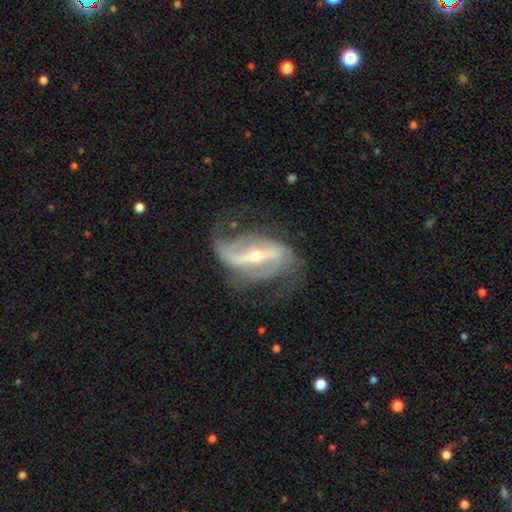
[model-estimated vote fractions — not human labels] A featured or disk galaxy (90%) with a strong bar (70%), 2 (84%) loose (54%) spiral arms (95%) and a small central bulge (62%).

Vote fractions:
- Smooth or featured? featured or disk: 90% / star or artifact: 6% / smooth: 4%
- Edge-on disk? no: 95% / yes: 5%
- Bar? strong: 70% / weak: 21% / no: 9%
- Spiral arms? yes: 95% / no: 5%
- Spiral winding? loose: 54% / medium: 34% / tight: 12%
- Spiral arm count? 2: 84% / can't tell: 5% / 3: 4% / 1: 3% / 4: 2% / more than 4: 2%
- Bulge size? small: 62% / moderate: 35% / large: 1% / none: 1% / dominant: 1%
- Merging? none: 63% / minor disturbance: 19% / major disturbance: 17% / merger: 2%